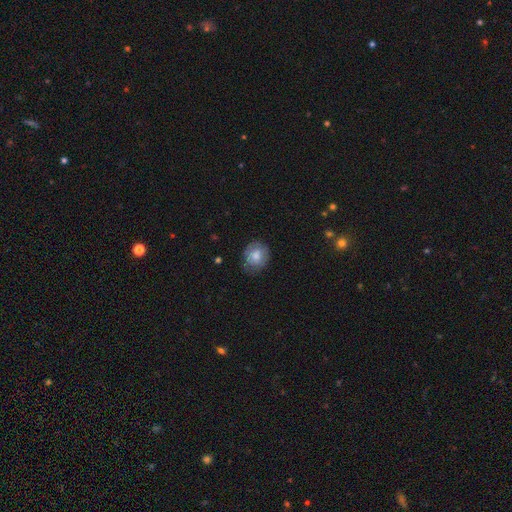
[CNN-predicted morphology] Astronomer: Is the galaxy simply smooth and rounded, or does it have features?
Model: smooth — 72%.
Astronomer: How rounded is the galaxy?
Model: round — 69%.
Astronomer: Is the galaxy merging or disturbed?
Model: none — 72%.